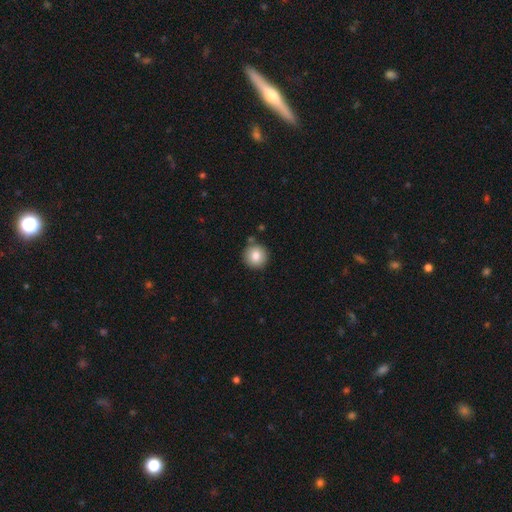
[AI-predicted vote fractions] This is clearly a smooth galaxy (83%). How rounded: clearly round (95%). Merging: clearly none (84%).